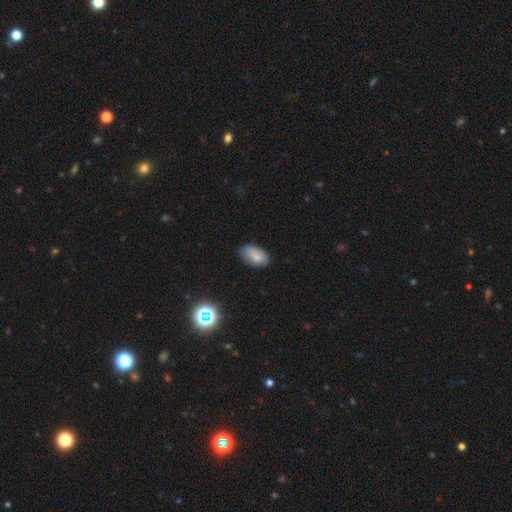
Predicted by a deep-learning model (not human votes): Morphology: type=smooth (78%); roundness=in between (93%); merging=none (70%).